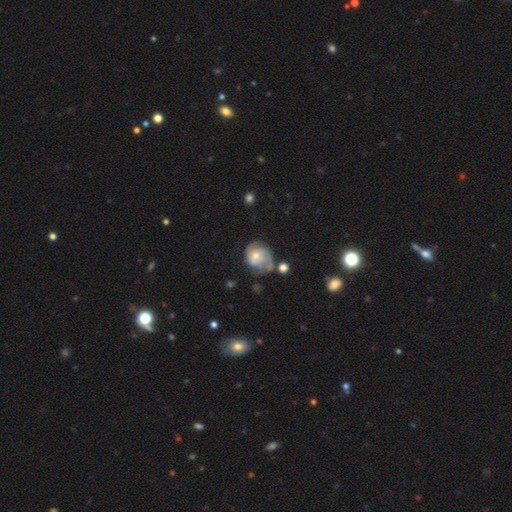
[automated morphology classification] Smooth or featured? Predicted: featured or disk (p=0.49). Merging? Predicted: none (p=0.41).